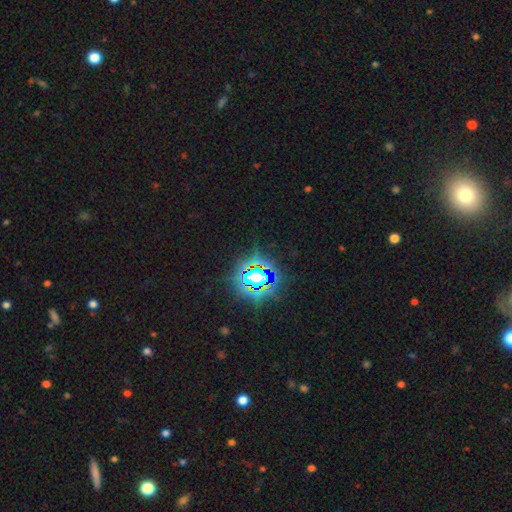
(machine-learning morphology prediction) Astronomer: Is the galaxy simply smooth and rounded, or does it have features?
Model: star or artifact — 79%.